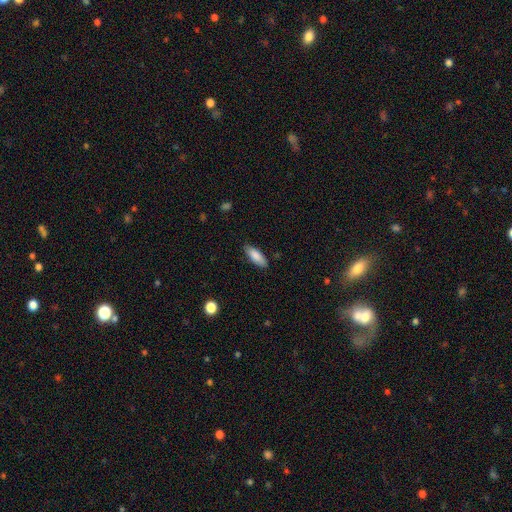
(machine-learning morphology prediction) smooth_or_featured: smooth (p=0.84) [alt: featured or disk p=0.09]
how_rounded: in between (p=0.64) [alt: cigar-shaped p=0.34]
merging: none (p=0.84) [alt: minor disturbance p=0.12]